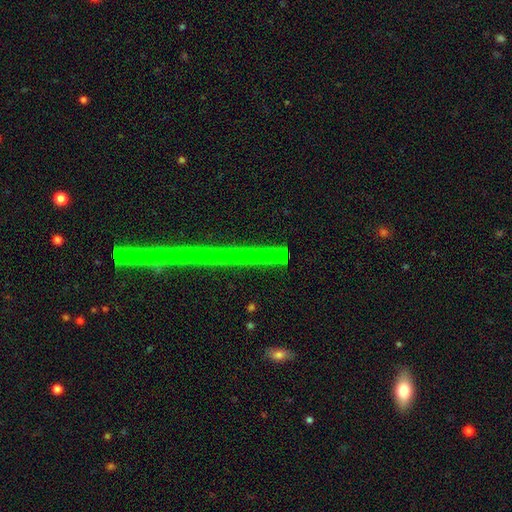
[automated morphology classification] Overall: featured or disk (53%; star or artifact 30%). Edge-on disk: yes (95%). Edge-on bulge: none (90%). Merging: none (89%).